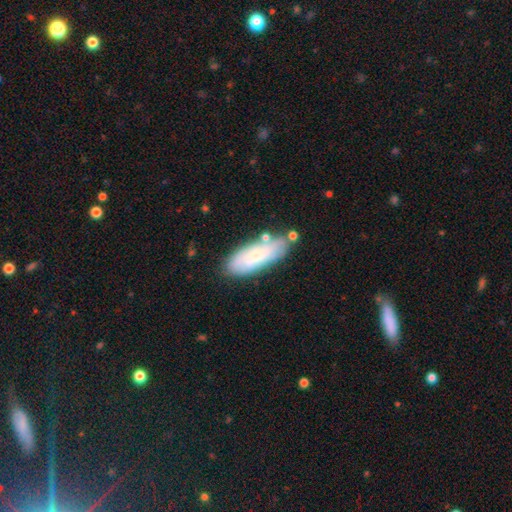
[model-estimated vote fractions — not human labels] A smooth galaxy with no disk features (61%) that is in between round and cigar-shaped (69%).

Vote fractions:
- Smooth or featured? smooth: 61% / featured or disk: 33% / star or artifact: 7%
- How rounded? in between: 69% / cigar-shaped: 29% / round: 2%
- Merging? none: 73% / minor disturbance: 17% / merger: 6% / major disturbance: 4%